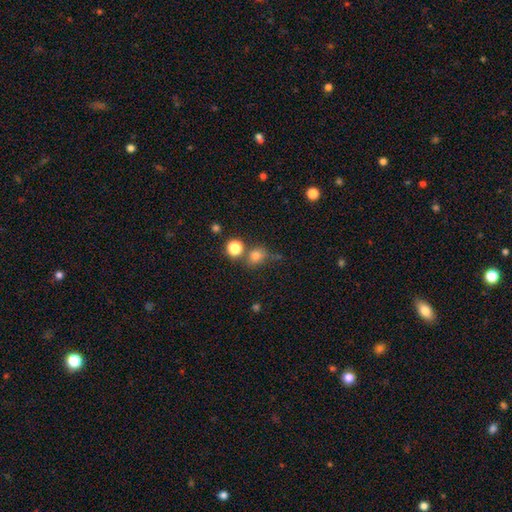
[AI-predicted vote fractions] Overall: smooth (75%). How rounded: round (69%). Merging: none (60%).